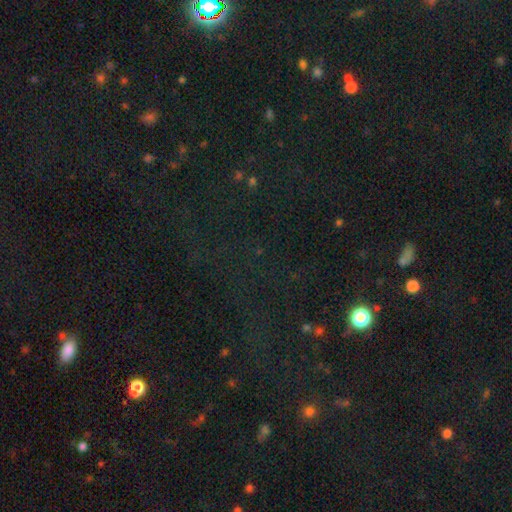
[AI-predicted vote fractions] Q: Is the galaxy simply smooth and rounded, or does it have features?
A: star or artifact — 71%.